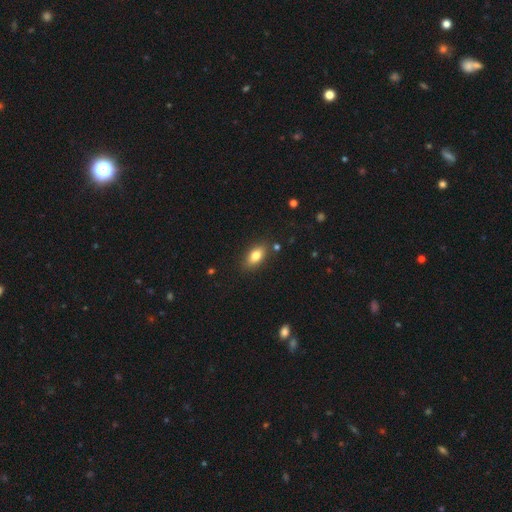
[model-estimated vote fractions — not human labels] Overall: smooth (80%). How rounded: in between (87%). Merging: none (84%).